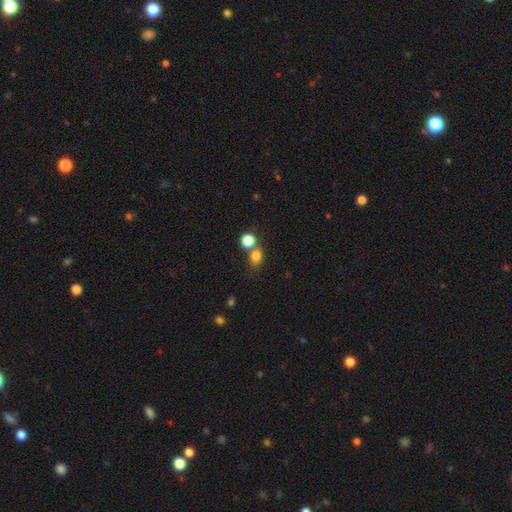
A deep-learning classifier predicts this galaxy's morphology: Smooth or featured? smooth (79%)
How rounded? round (54%)
Merging? none (54%)